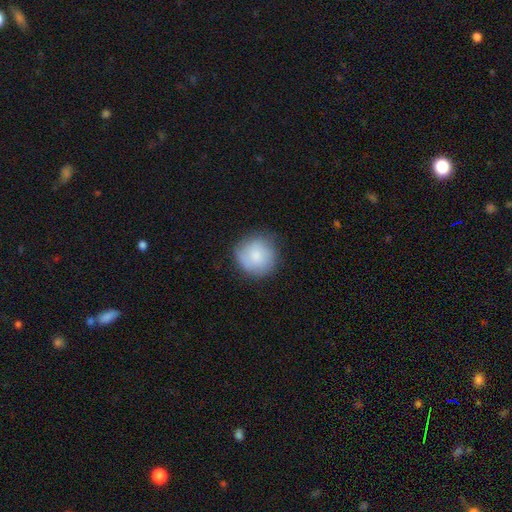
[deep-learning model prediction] smooth 79%, featured or disk 14%, star or artifact 7%. Down the decision tree: how rounded — round (93%); merging — none (78%).